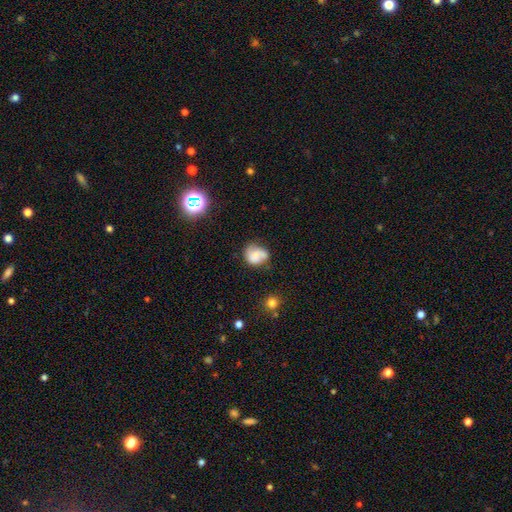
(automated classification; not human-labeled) Smooth or featured? smooth (60%)
How rounded? round (63%)
Merging? none (49%)